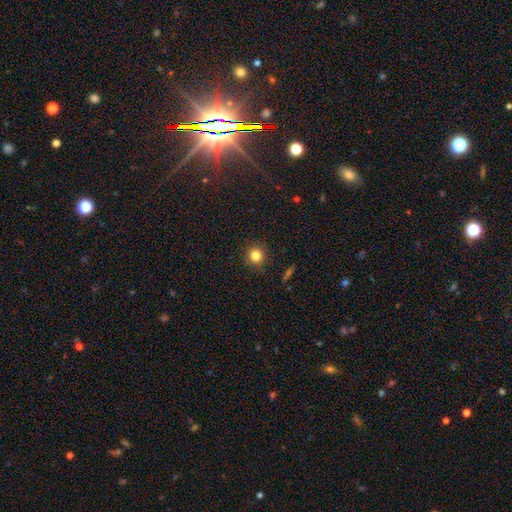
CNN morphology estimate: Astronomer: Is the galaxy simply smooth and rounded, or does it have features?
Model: smooth — 82%.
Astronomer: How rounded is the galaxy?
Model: round — 93%.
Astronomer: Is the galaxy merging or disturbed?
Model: none — 91%.